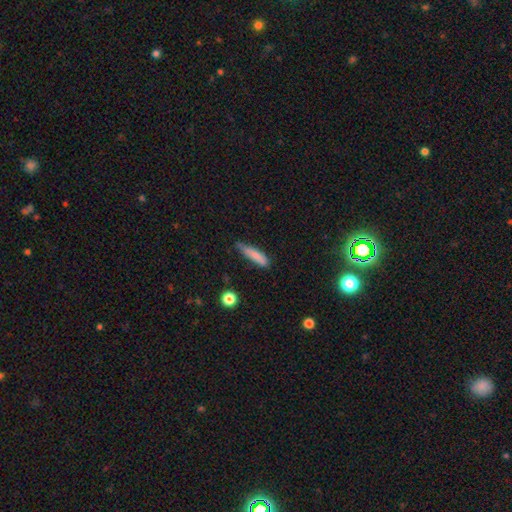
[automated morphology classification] Smooth or featured: smooth — 81% (featured or disk — 11%)
How rounded: cigar-shaped — 78% (in between — 20%)
Merging: none — 53% (minor disturbance — 37%)